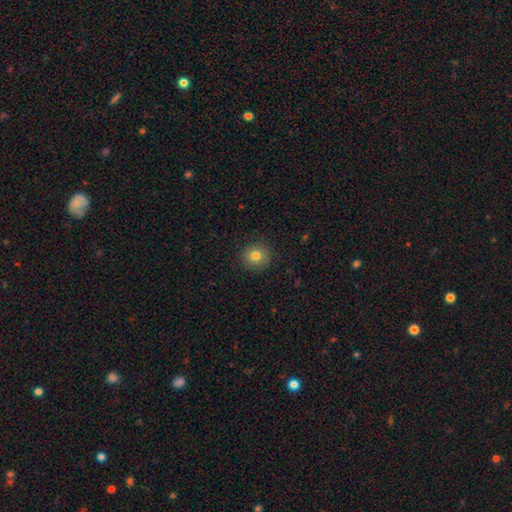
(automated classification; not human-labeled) A smooth galaxy with no disk features (80%) that is round (92%). Merging: none (89%).